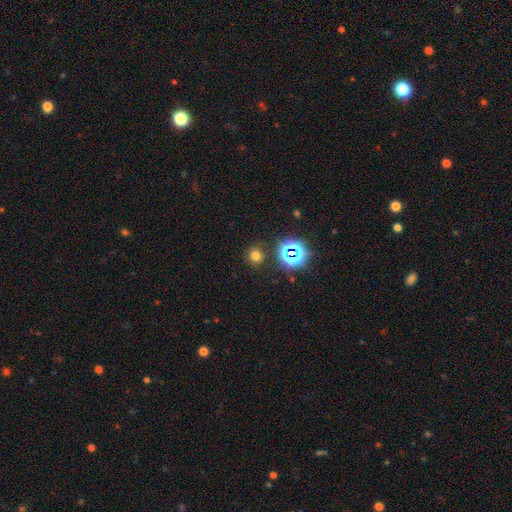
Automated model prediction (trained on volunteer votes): This is likely a smooth galaxy (68%). How rounded: clearly round (87%). Merging: clearly none (86%).